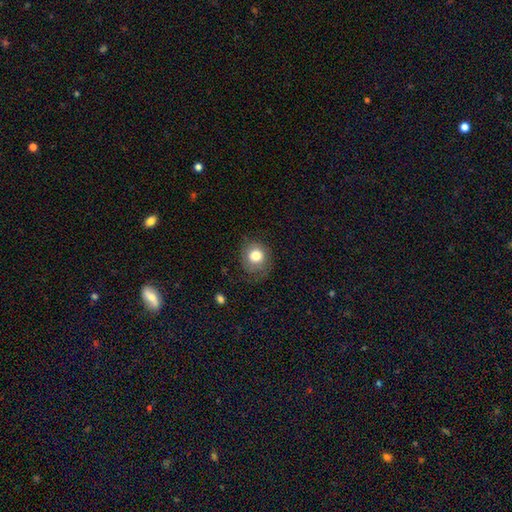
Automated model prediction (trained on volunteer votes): Smooth or featured?
  - smooth: 78% *
  - featured or disk: 13%
  - star or artifact: 9%
How rounded?
  - round: 77% *
  - in between: 22%
  - cigar-shaped: 1%
Merging?
  - none: 63% *
  - minor disturbance: 24%
  - major disturbance: 12%
  - merger: 1%